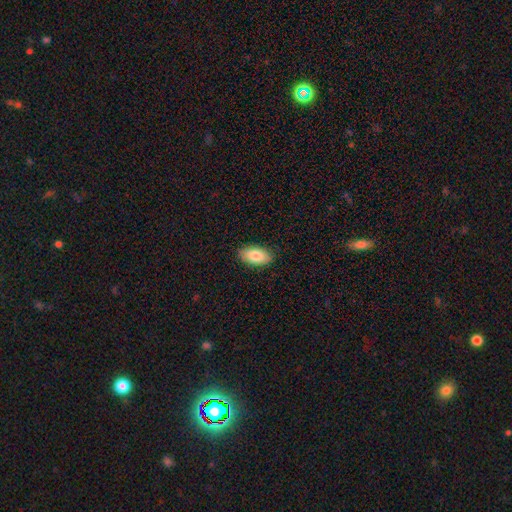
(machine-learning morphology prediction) Smooth or featured? Predicted: smooth (p=0.84). How rounded? Predicted: in between (p=0.94). Merging? Predicted: none (p=0.89).